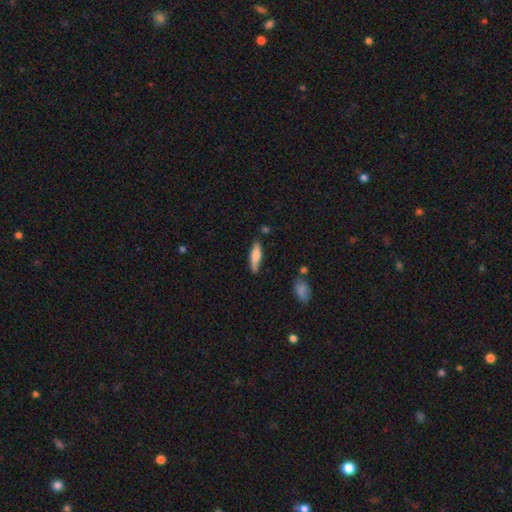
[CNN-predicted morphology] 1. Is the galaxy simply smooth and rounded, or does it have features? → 74% smooth, 20% featured or disk, 6% star or artifact.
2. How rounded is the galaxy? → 62% cigar-shaped, 36% in between, 2% round.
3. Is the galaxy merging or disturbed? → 77% none, 17% minor disturbance, 3% major disturbance, 3% merger.